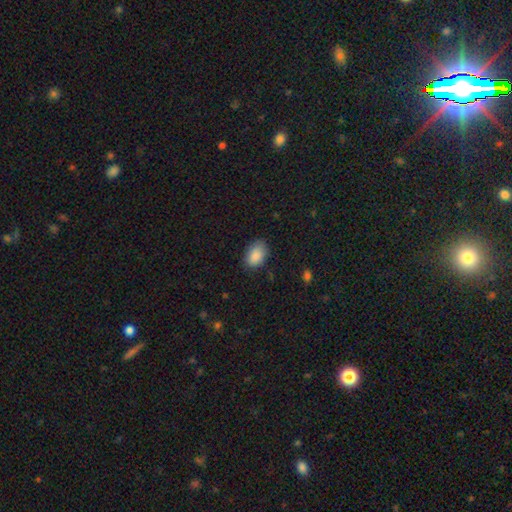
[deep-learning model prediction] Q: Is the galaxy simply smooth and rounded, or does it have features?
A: smooth — 88%.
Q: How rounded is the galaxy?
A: in between — 87%.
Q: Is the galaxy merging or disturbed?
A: none — 78%.